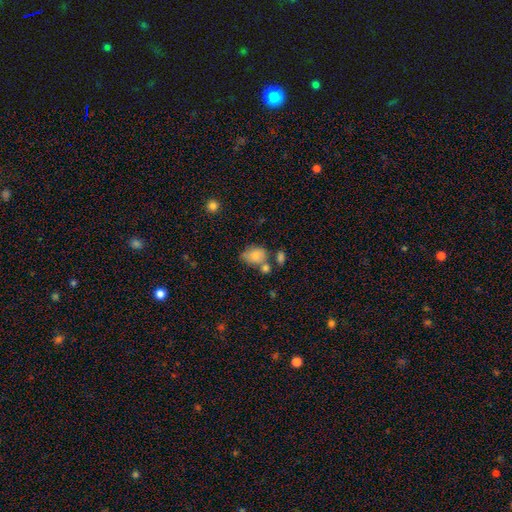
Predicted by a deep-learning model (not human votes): The model was most divided on "how rounded": in between: 61%, round: 38%, cigar-shaped: 1%. Remaining: smooth or featured — smooth (78%); merging — none (47%).